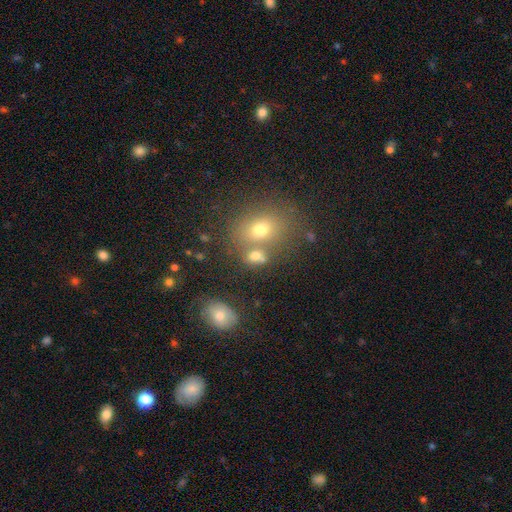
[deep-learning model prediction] smooth_or_featured: smooth (p=0.68) [alt: star or artifact p=0.18]
how_rounded: in between (p=0.57) [alt: round p=0.41]
merging: none (p=0.49) [alt: merger p=0.35]